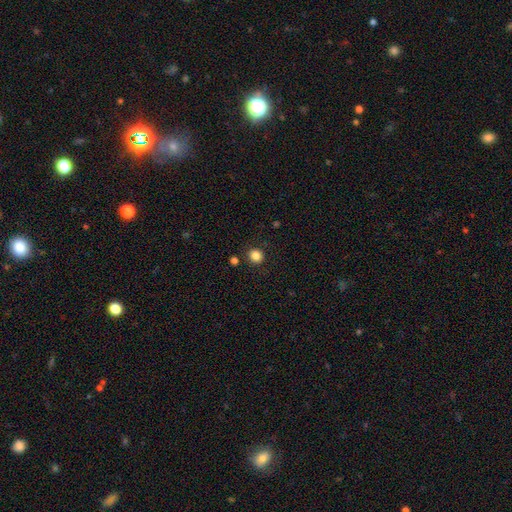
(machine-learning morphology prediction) smooth-or-featured: smooth: 84% | star or artifact: 11% | featured or disk: 4%
  how-rounded: round: 88% | in between: 11% | cigar-shaped: 1%
  merging: none: 89% | minor disturbance: 6% | merger: 2% | major disturbance: 2%